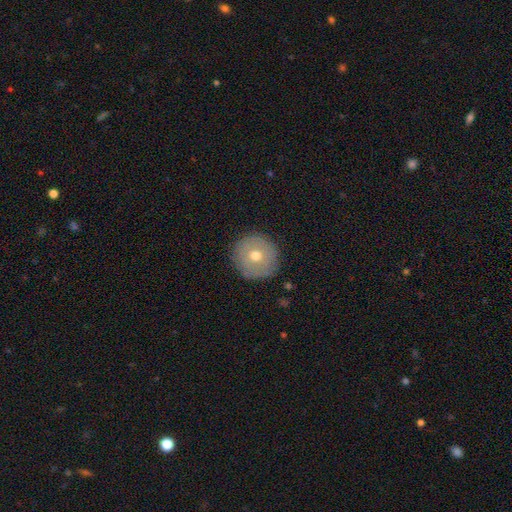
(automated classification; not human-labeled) smooth 65%, featured or disk 25%, star or artifact 10%. Down the decision tree: how rounded — round (95%); merging — none (88%).